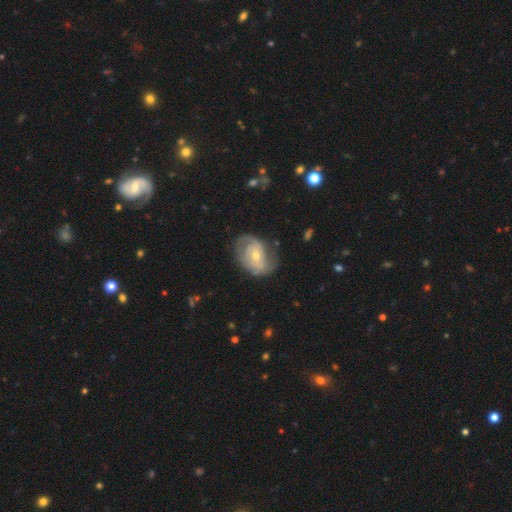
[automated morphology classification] A featured or disk galaxy (76%) with no bar (61%), 2 (59%) tight (43%) spiral arms (86%) and a small central bulge (54%). Merging: none (63%).